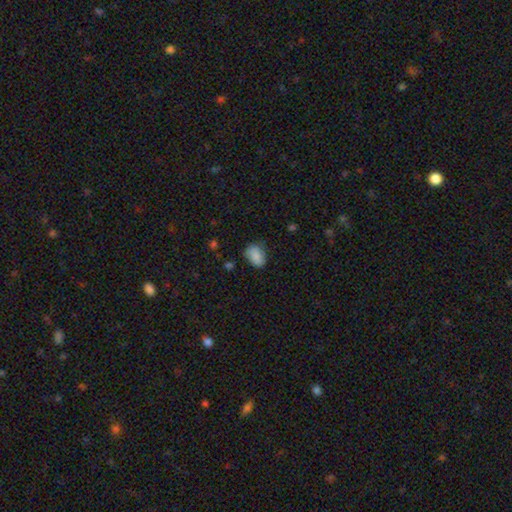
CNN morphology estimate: type=smooth (86%); roundness=in between (81%); merging=none (66%).